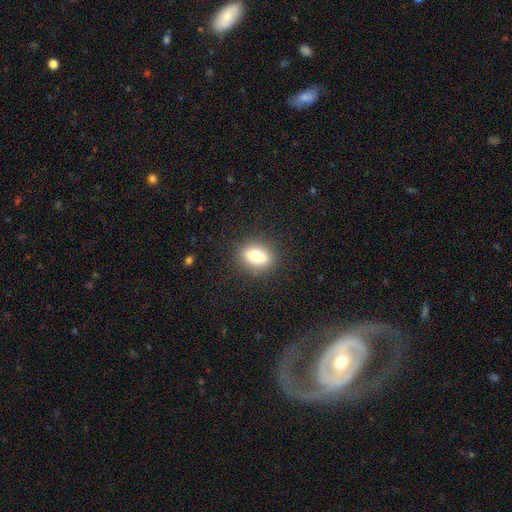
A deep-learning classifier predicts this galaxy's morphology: Smooth or featured? smooth (74%)
How rounded? in between (68%)
Merging? none (87%)